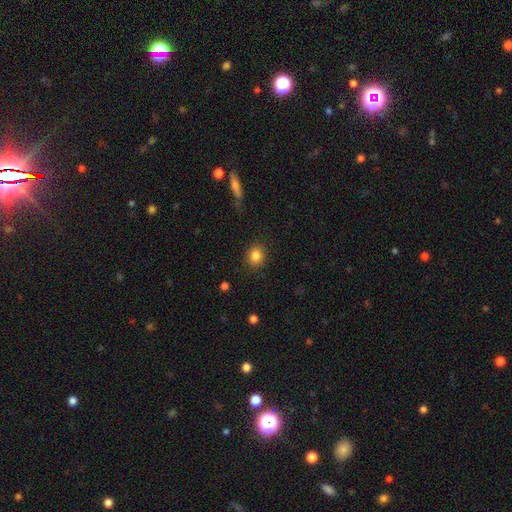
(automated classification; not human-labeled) A smooth galaxy with no disk features (84%) that is round (73%). Merging: none (88%).